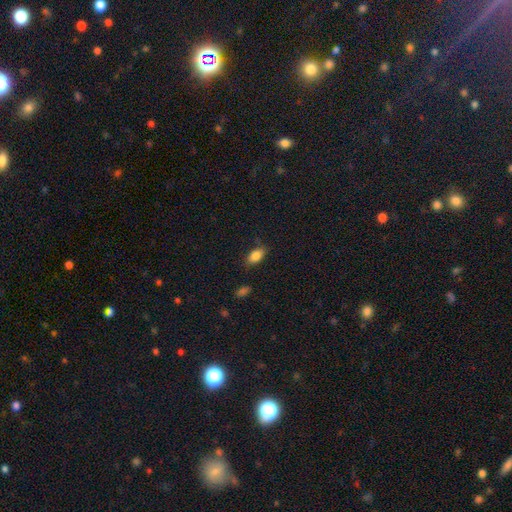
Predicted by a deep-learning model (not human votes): Smooth or featured? Predicted: smooth (p=0.83). How rounded? Predicted: in between (p=0.88). Merging? Predicted: none (p=0.79).